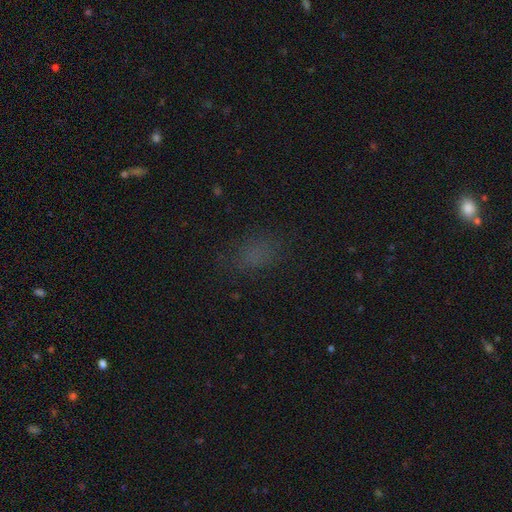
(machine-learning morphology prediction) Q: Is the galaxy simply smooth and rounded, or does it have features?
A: smooth — 63%.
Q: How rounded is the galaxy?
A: in between — 72%.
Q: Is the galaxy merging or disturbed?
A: none — 77%.